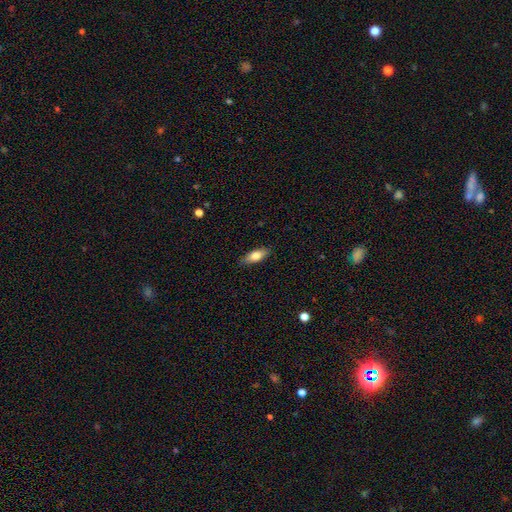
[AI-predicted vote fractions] Smooth or featured? smooth (76%)
How rounded? in between (72%)
Merging? none (86%)